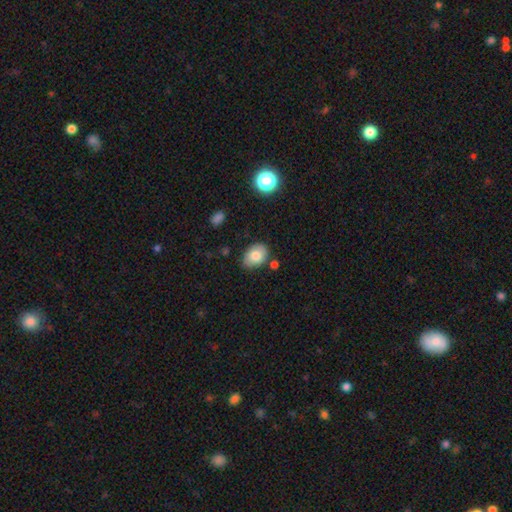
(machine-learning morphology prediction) This is likely a smooth galaxy (78%). How rounded: likely in between (79%). Merging: likely none (74%).